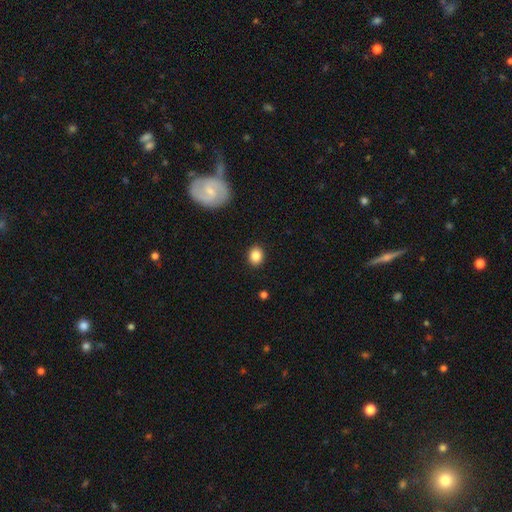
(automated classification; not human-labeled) A smooth galaxy with no disk features (86%) that is round (60%).

Vote fractions:
- Smooth or featured? smooth: 86% / star or artifact: 9% / featured or disk: 6%
- How rounded? round: 60% / in between: 39% / cigar-shaped: 1%
- Merging? none: 90% / minor disturbance: 7% / major disturbance: 2% / merger: 1%